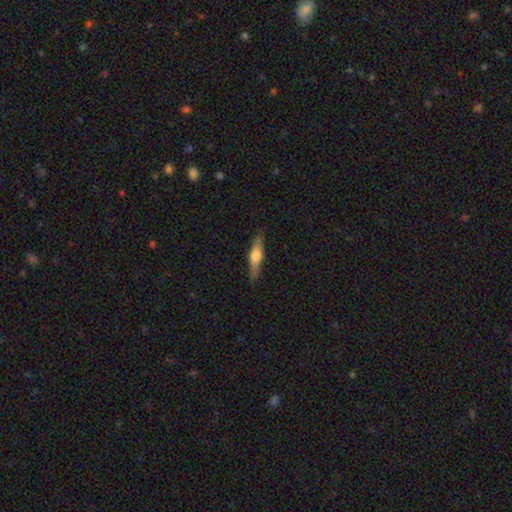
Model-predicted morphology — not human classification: smooth-or-featured: featured or disk: 52% | smooth: 42% | star or artifact: 6%
  disk-edge-on: yes: 94% | no: 6%
  merging: none: 87% | minor disturbance: 10% | major disturbance: 2% | merger: 1%